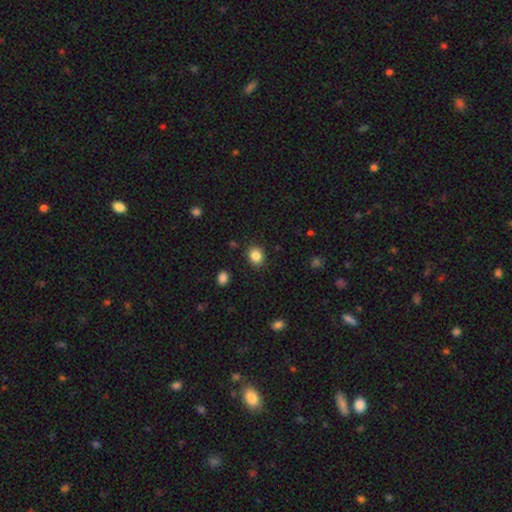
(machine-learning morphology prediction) A smooth galaxy with no disk features (85%) that is round (63%). Merging: none (88%).